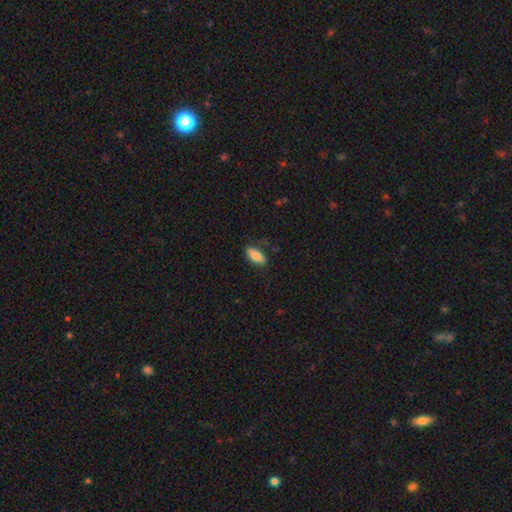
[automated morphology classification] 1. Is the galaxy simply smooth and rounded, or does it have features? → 81% smooth, 12% featured or disk, 7% star or artifact.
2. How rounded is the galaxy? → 87% in between, 11% cigar-shaped, 2% round.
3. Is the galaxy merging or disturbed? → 81% none, 15% minor disturbance, 3% major disturbance, 2% merger.